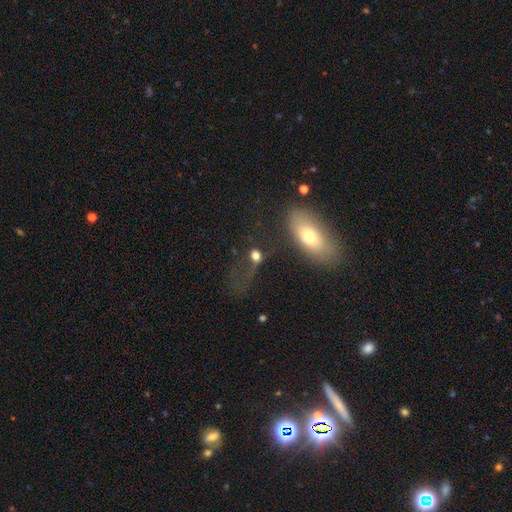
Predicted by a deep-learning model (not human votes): Smooth or featured? Predicted: smooth (p=0.66). How rounded? Predicted: round (p=0.60). Merging? Predicted: none (p=0.37).